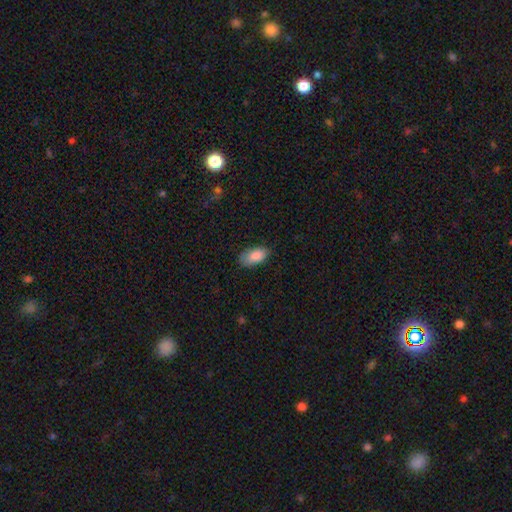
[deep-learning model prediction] Smooth or featured: smooth — 86% (featured or disk — 7%)
How rounded: in between — 93% (cigar-shaped — 4%)
Merging: none — 77% (minor disturbance — 18%)